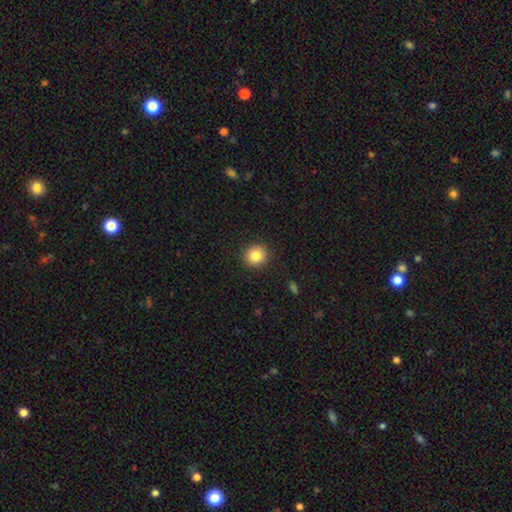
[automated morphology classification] A smooth galaxy with no disk features (85%) that is round (86%). Merging: none (91%).